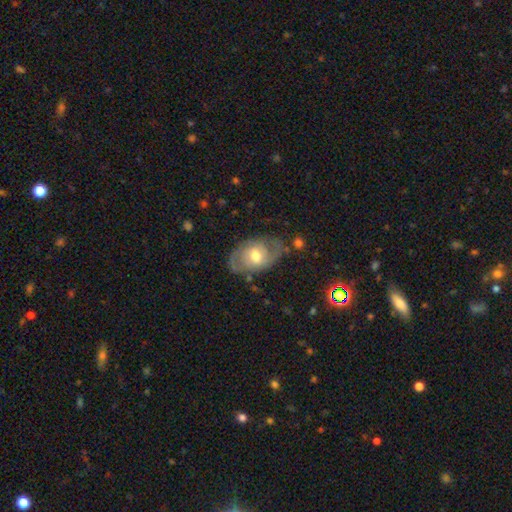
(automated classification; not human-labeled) Smooth or featured?
  - featured or disk: 69% *
  - smooth: 25%
  - star or artifact: 6%
Edge-on disk?
  - no: 94% *
  - yes: 6%
Bar?
  - no: 53% *
  - weak: 39%
  - strong: 7%
Spiral arms?
  - yes: 81% *
  - no: 19%
Spiral winding?
  - medium: 44% *
  - tight: 37%
  - loose: 19%
Spiral arm count?
  - 2: 71% *
  - can't tell: 18%
  - 3: 4%
  - 1: 4%
  - 4: 2%
  - more than 4: 2%
Bulge size?
  - moderate: 73% *
  - small: 13%
  - large: 12%
  - dominant: 1%
  - none: 1%
Merging?
  - none: 67% *
  - minor disturbance: 22%
  - major disturbance: 9%
  - merger: 3%